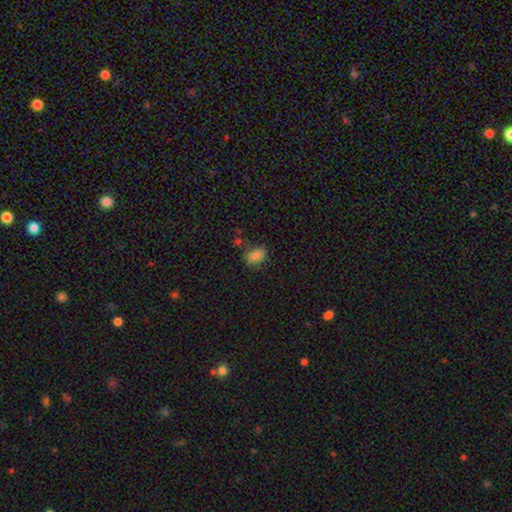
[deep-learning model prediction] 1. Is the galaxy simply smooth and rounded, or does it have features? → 84% smooth, 10% star or artifact, 6% featured or disk.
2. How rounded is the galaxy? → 81% in between, 17% round, 1% cigar-shaped.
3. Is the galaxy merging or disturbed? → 66% none, 20% minor disturbance, 7% merger, 6% major disturbance.